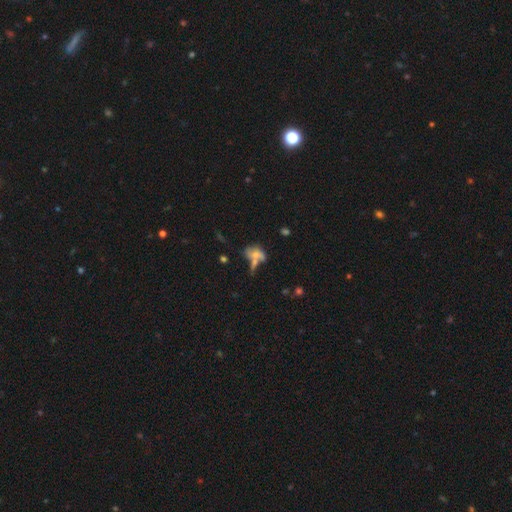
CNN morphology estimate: type=smooth (55%); roundness=in between (75%); merging=merger (40%).